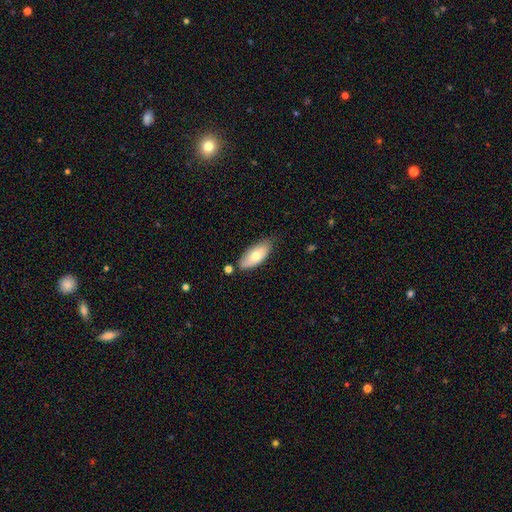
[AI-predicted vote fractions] The model was most divided on "smooth or featured": smooth: 70%, featured or disk: 24%, star or artifact: 7%. More confident: how rounded — in between (86%); merging — none (71%).